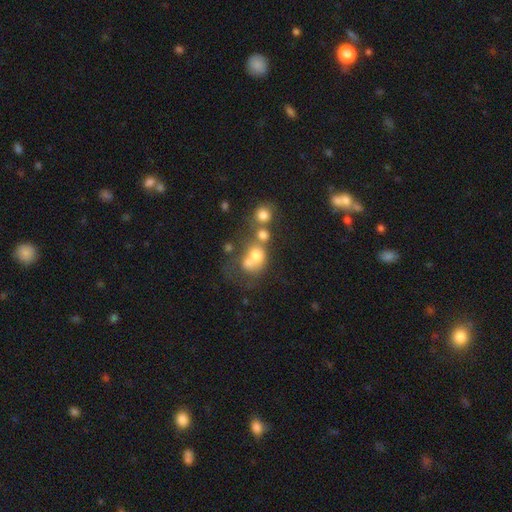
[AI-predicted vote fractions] Morphology: type=smooth (62%); roundness=round (61%); merging=merger (54%).